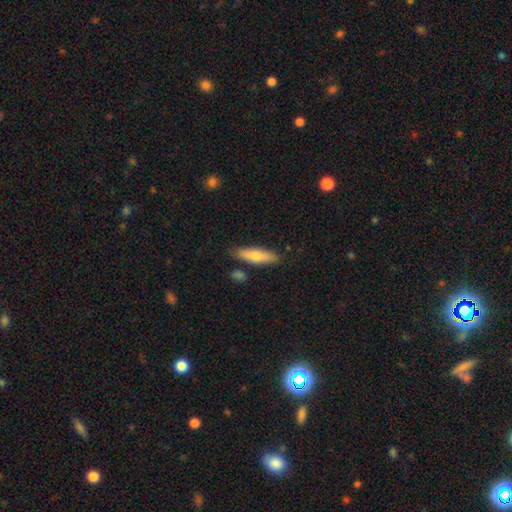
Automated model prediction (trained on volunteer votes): The model was most divided on "how rounded": cigar-shaped: 64%, in between: 34%, round: 2%. More confident: merging — none (81%); smooth or featured — smooth (65%).